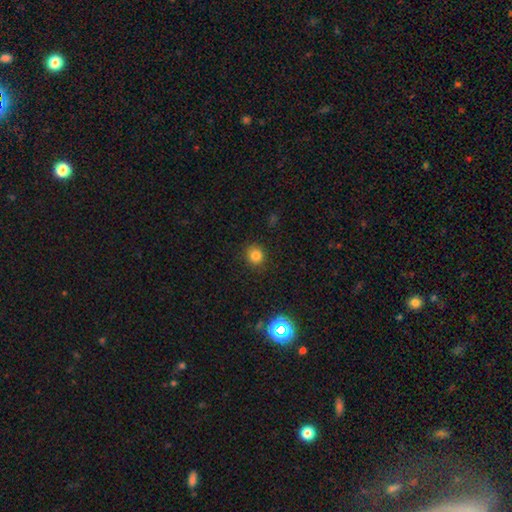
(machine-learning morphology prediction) The model was most divided on "smooth or featured": smooth: 80%, star or artifact: 15%, featured or disk: 5%. More confident: how rounded — round (88%); merging — none (88%).